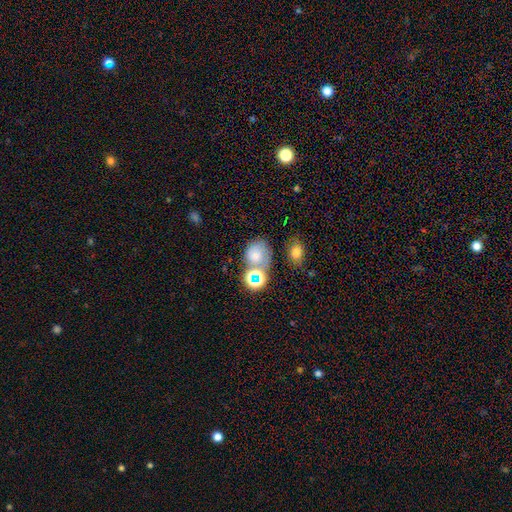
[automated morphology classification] The model was most divided on "how rounded": round: 57%, in between: 42%, cigar-shaped: 1%. Remaining: smooth or featured — smooth (65%); merging — none (46%).